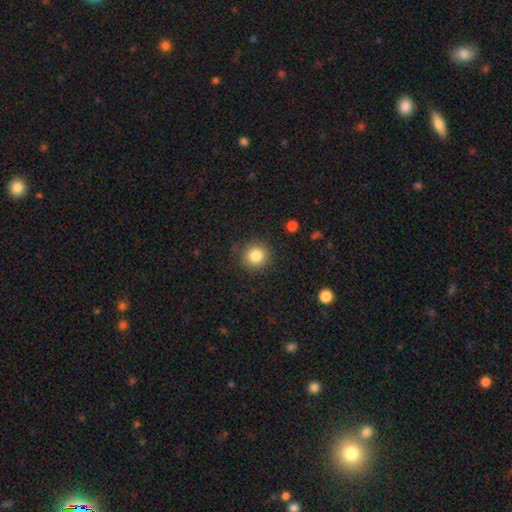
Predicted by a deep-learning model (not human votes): Q: Smooth or featured?
A: smooth (84%); runner-up: star or artifact (10%)
Q: How rounded?
A: round (92%); runner-up: in between (7%)
Q: Merging?
A: none (86%); runner-up: minor disturbance (9%)